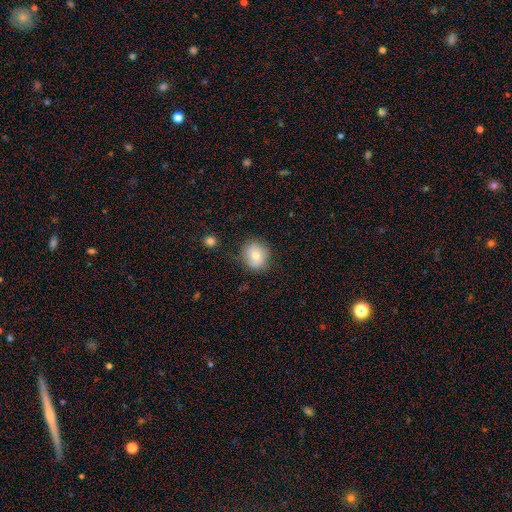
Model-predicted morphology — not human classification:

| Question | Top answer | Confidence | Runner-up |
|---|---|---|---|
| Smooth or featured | smooth | 71% | featured or disk (20%) |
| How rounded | round | 84% | in between (15%) |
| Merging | none | 79% | minor disturbance (15%) |